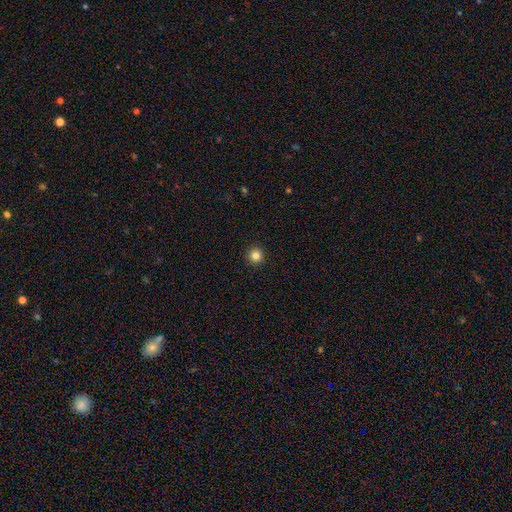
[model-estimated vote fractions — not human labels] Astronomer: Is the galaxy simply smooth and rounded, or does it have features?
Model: smooth — 83%.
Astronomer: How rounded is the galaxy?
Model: round — 96%.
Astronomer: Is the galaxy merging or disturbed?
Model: none — 93%.